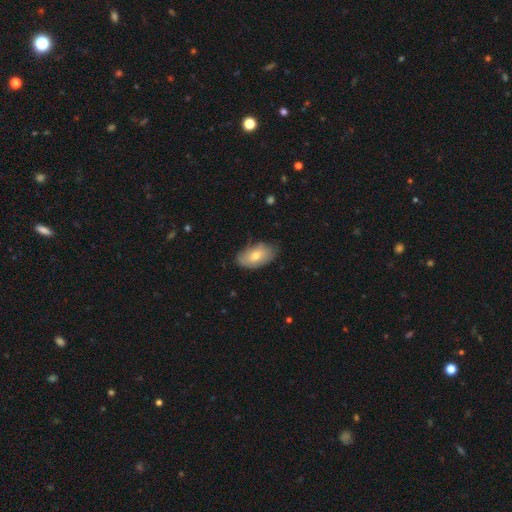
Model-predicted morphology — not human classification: Smooth or featured: smooth — 65% (featured or disk — 28%)
How rounded: in between — 93% (round — 5%)
Merging: none — 70% (minor disturbance — 24%)